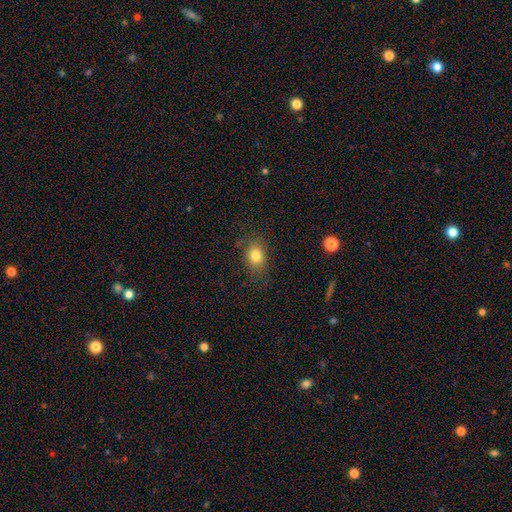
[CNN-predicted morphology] The model was most divided on "how rounded": in between: 59%, round: 39%, cigar-shaped: 2%. More confident: smooth or featured — smooth (79%); merging — none (77%).